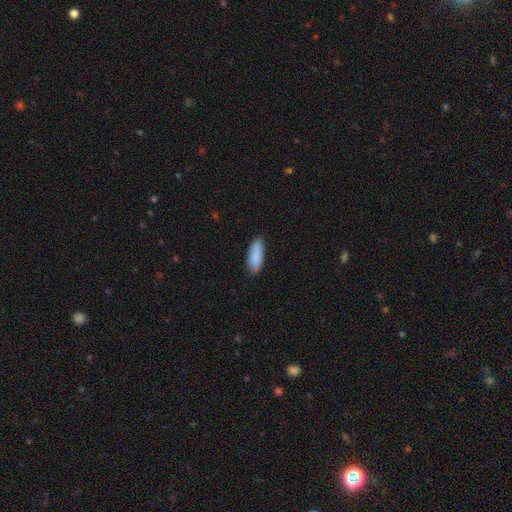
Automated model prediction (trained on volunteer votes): A smooth galaxy with no disk features (88%) that is in between round and cigar-shaped (62%). Merging: none (83%).